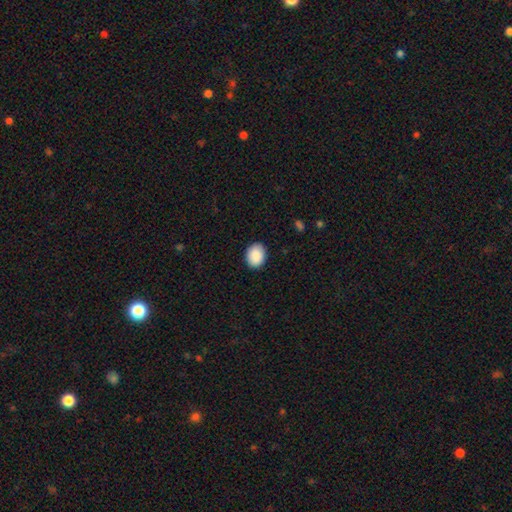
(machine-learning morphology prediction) Q: Smooth or featured?
A: smooth (90%); runner-up: star or artifact (7%)
Q: How rounded?
A: in between (58%); runner-up: round (41%)
Q: Merging?
A: none (89%); runner-up: minor disturbance (8%)